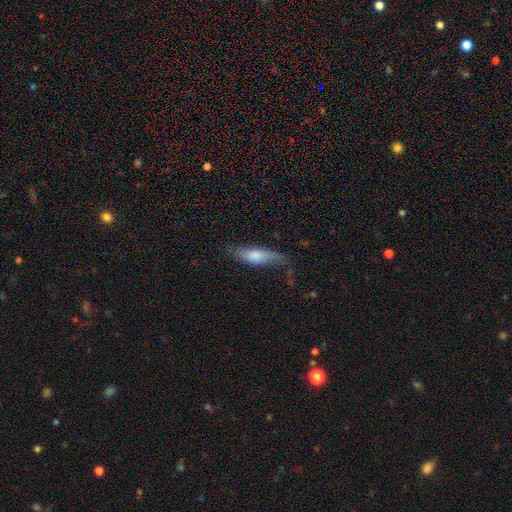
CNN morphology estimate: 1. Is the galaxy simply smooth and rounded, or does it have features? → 69% smooth, 25% featured or disk, 6% star or artifact.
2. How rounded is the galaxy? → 53% in between, 44% cigar-shaped, 2% round.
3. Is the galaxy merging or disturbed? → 52% none, 32% minor disturbance, 14% major disturbance, 3% merger.